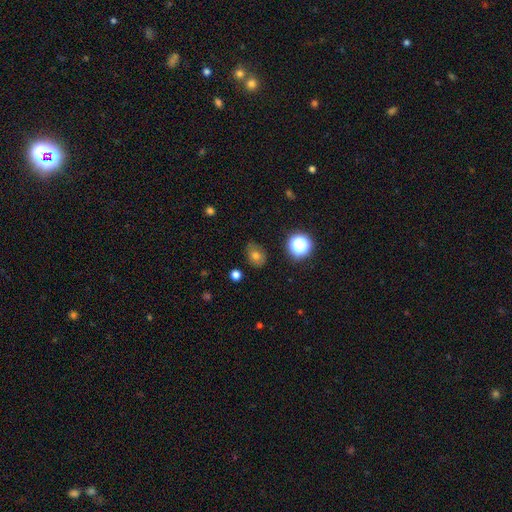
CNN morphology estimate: Smooth or featured: smooth — 71% (star or artifact — 17%)
How rounded: in between — 52% (round — 47%)
Merging: none — 74% (minor disturbance — 19%)